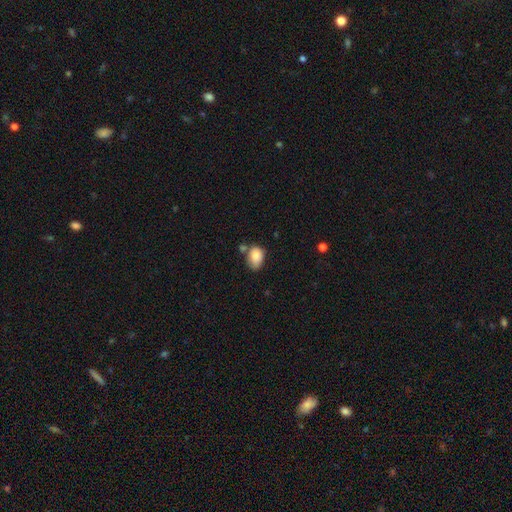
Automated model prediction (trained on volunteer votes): The model was most divided on "merging": none: 47%, minor disturbance: 29%, merger: 17%, major disturbance: 8%. More confident: smooth or featured — smooth (85%); how rounded — in between (77%).